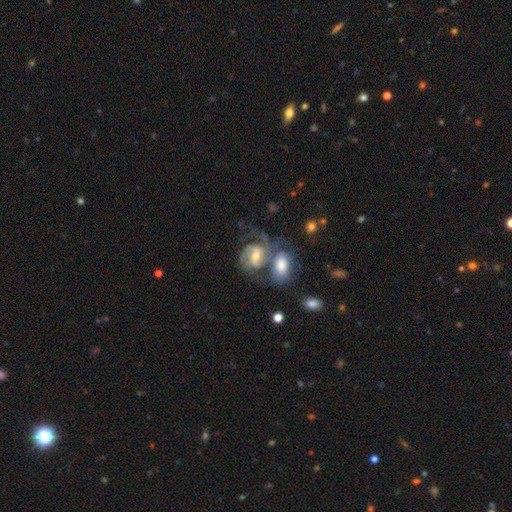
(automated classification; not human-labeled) smooth-or-featured: featured or disk: 75% | smooth: 18% | star or artifact: 7%
  disk-edge-on: no: 97% | yes: 3%
    bar: weak: 45% | no: 33% | strong: 22%
    has-spiral-arms: yes: 92% | no: 8%
      spiral-winding: medium: 49% | tight: 29% | loose: 22%
      spiral-arm-count: 2: 65% | can't tell: 14% | 3: 10% | 1: 7% | 4: 2% | more than 4: 2%
    bulge-size: moderate: 53% | small: 39% | large: 4% | none: 2% | dominant: 1%
  merging: merger: 46% | none: 27% | major disturbance: 13% | minor disturbance: 13%